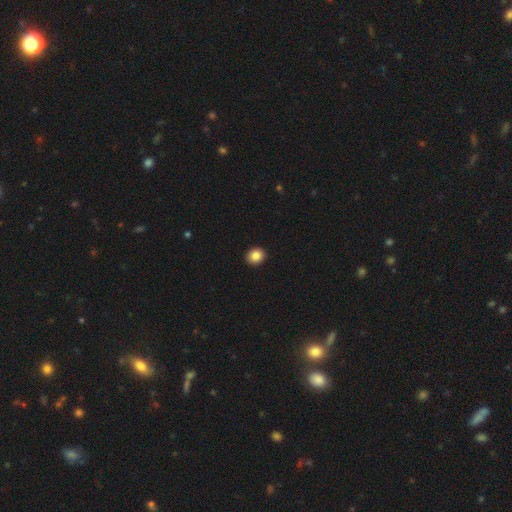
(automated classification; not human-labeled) The model was most divided on "how rounded": round: 70%, in between: 29%, cigar-shaped: 1%. More confident: merging — none (92%); smooth or featured — smooth (87%).